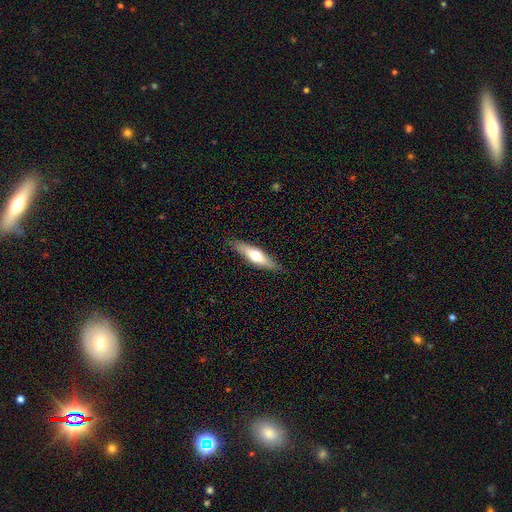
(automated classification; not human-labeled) smooth 50%, featured or disk 45%, star or artifact 6%. Down the decision tree: merging — none (86%).